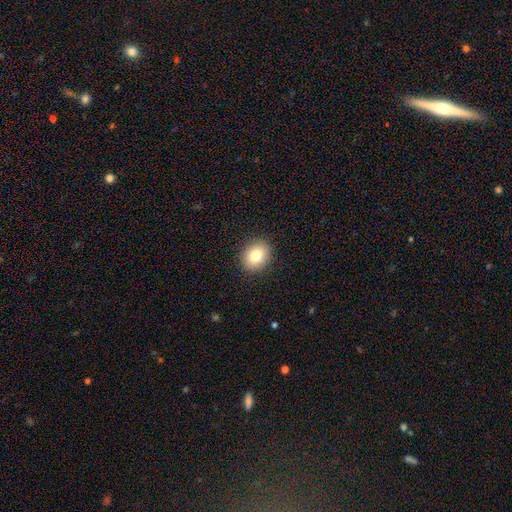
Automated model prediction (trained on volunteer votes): Smooth or featured? smooth (81%)
How rounded? round (58%)
Merging? none (90%)